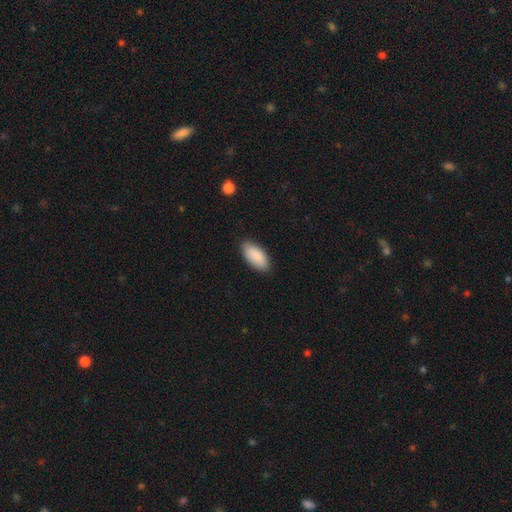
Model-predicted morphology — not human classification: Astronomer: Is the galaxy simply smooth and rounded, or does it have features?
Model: smooth — 91%.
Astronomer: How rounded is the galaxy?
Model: in between — 93%.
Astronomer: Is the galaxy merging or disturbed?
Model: none — 87%.